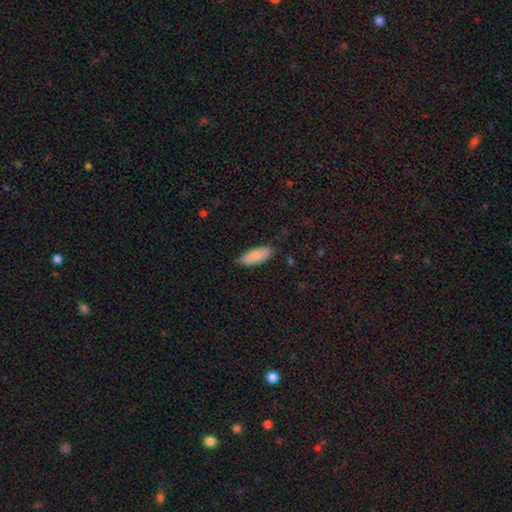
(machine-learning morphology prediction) A smooth galaxy with no disk features (85%) that is in between round and cigar-shaped (79%). Merging: none (74%).